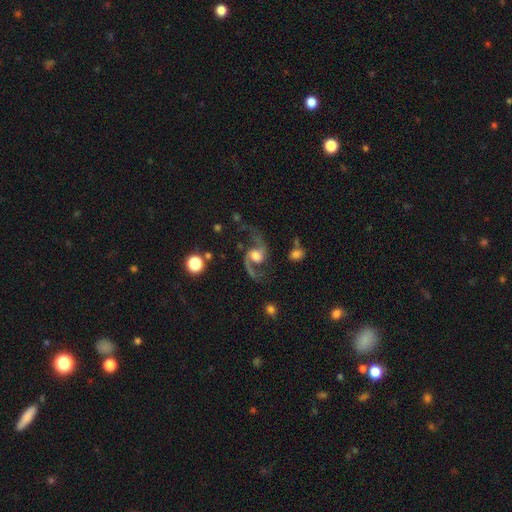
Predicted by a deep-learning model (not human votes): Morphology: type=featured or disk (90%); edge-on=no (98%); bar=no (52%); spiral arms=yes (97%); winding=loose (69%); arm count=2 (93%); bulge=moderate (52%); merging=none (69%).